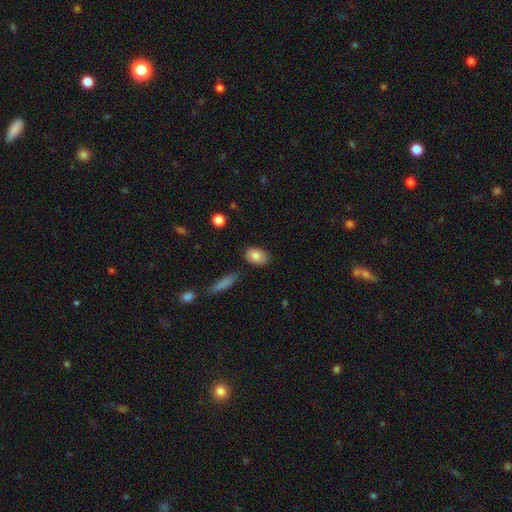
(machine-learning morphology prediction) smooth 84%, featured or disk 9%, star or artifact 7%. Down the decision tree: how rounded — in between (89%); merging — none (79%).